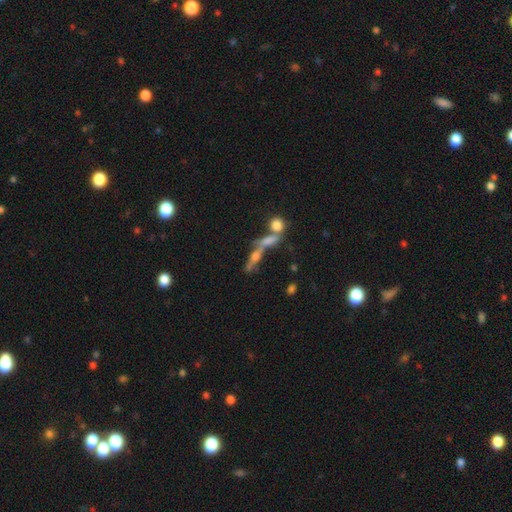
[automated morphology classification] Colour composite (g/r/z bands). It shows a featured or disk galaxy (57%) viewed edge-on (70%). Merging: none (43%).